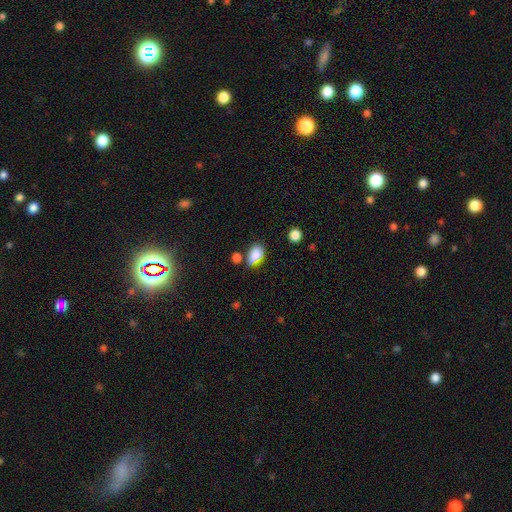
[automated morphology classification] smooth 83%, star or artifact 11%, featured or disk 6%. Down the decision tree: how rounded — in between (83%); merging — none (58%).